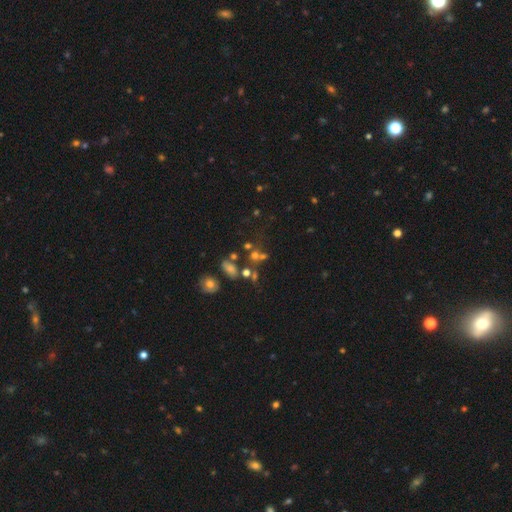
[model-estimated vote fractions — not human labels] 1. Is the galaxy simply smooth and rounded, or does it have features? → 50% smooth, 32% star or artifact, 18% featured or disk.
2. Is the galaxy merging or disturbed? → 45% none, 35% merger, 11% minor disturbance, 10% major disturbance.